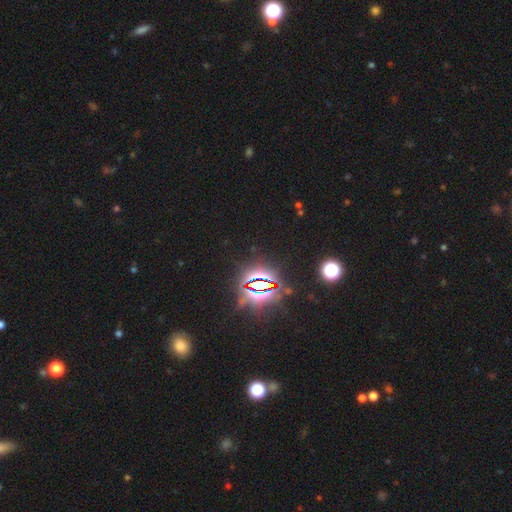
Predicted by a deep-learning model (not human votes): Smooth or featured? Predicted: star or artifact (p=0.83).